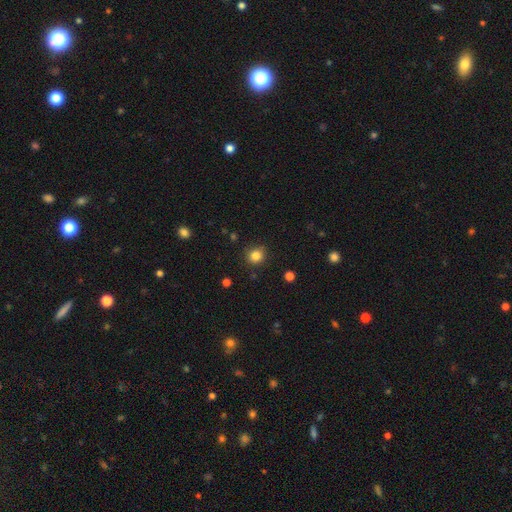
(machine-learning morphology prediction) A smooth galaxy with no disk features (83%) that is round (87%).

Vote fractions:
- Smooth or featured? smooth: 83% / star or artifact: 12% / featured or disk: 5%
- How rounded? round: 87% / in between: 12% / cigar-shaped: 1%
- Merging? none: 87% / minor disturbance: 9% / major disturbance: 2% / merger: 2%